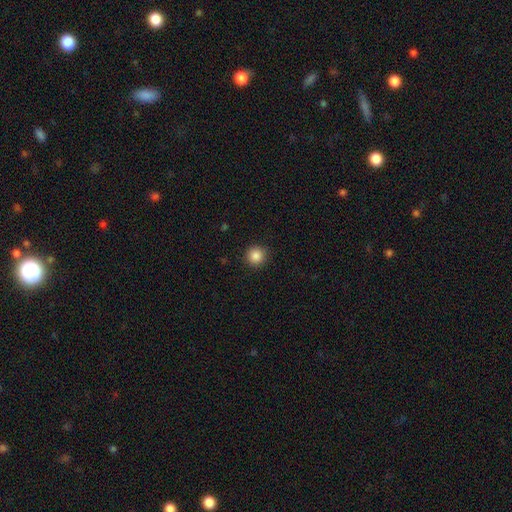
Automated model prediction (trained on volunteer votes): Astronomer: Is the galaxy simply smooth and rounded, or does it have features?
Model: smooth — 86%.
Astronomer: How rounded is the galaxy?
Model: round — 95%.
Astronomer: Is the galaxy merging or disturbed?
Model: none — 91%.